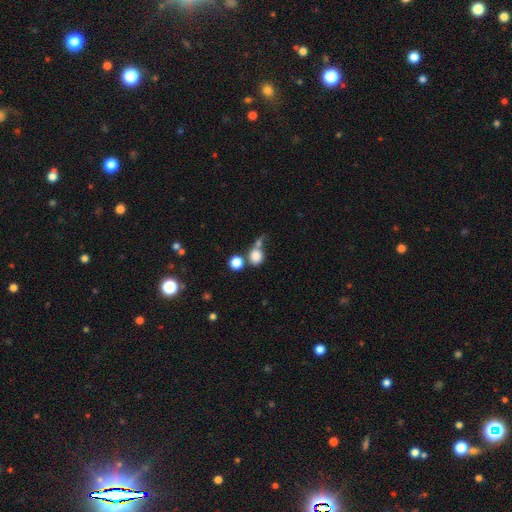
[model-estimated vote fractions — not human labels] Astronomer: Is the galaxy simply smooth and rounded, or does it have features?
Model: smooth — 80%.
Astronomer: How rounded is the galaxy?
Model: round — 79%.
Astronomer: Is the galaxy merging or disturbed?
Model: none — 44% (runner-up: merger, 34%).